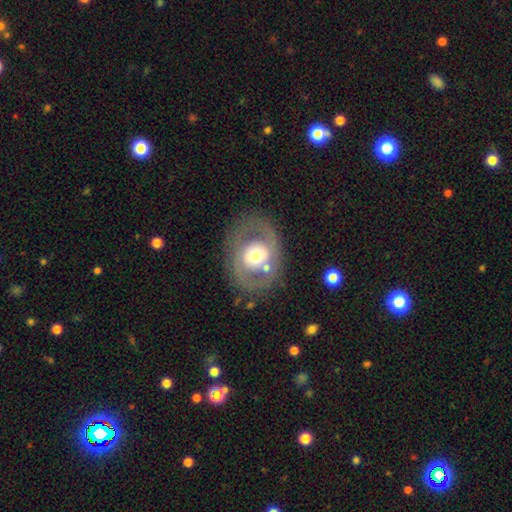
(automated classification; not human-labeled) A featured or disk galaxy (58%) with no bar (76%), no spiral arms (74%) and a moderate central bulge (59%).

Vote fractions:
- Smooth or featured? featured or disk: 58% / smooth: 35% / star or artifact: 7%
- Edge-on disk? no: 94% / yes: 6%
- Bar? no: 76% / weak: 17% / strong: 7%
- Spiral arms? no: 74% / yes: 26%
- Bulge size? moderate: 59% / large: 28% / small: 8% / dominant: 3% / none: 1%
- Merging? none: 73% / minor disturbance: 13% / major disturbance: 10% / merger: 4%